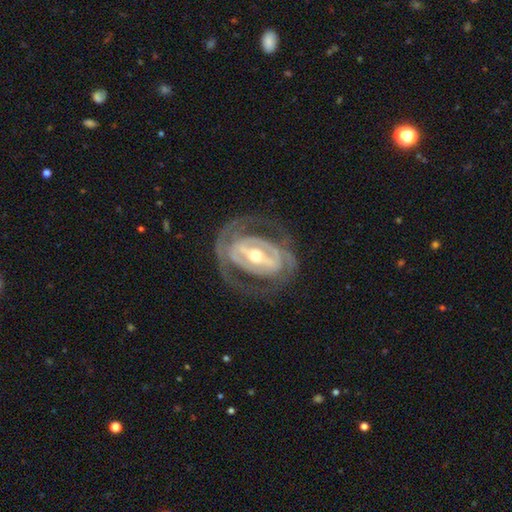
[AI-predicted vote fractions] Smooth or featured? featured or disk (87%)
Edge-on disk? no (95%)
Bar? strong (66%)
Spiral arms? yes (77%)
Spiral winding? tight (54%)
Spiral arm count? 2 (70%)
Bulge size? moderate (68%)
Merging? none (70%)